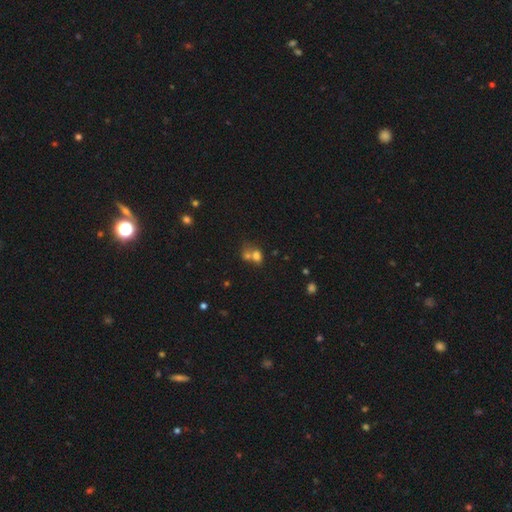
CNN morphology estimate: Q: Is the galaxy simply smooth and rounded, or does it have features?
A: smooth — 71%.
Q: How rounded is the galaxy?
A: round — 51%.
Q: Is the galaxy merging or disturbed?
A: merger — 58%.